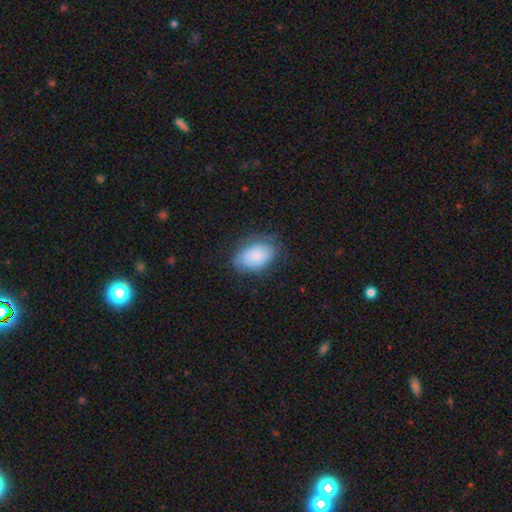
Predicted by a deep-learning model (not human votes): smooth 75%, featured or disk 18%, star or artifact 8%. Down the decision tree: how rounded — in between (87%); merging — none (66%).